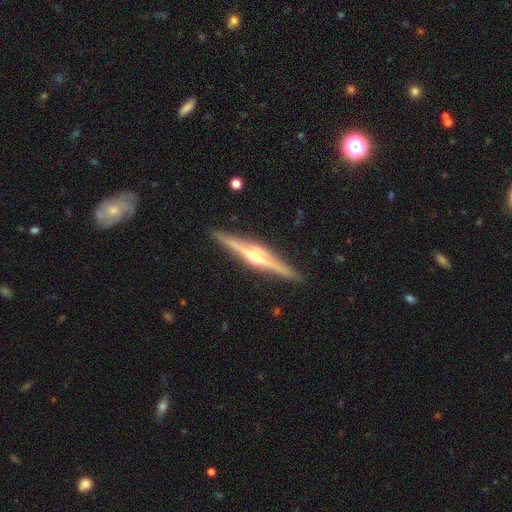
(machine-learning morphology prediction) The model was most divided on "smooth or featured": featured or disk: 83%, smooth: 12%, star or artifact: 5%. More confident: edge-on disk — yes (98%); merging — none (91%); edge-on bulge — rounded (86%).